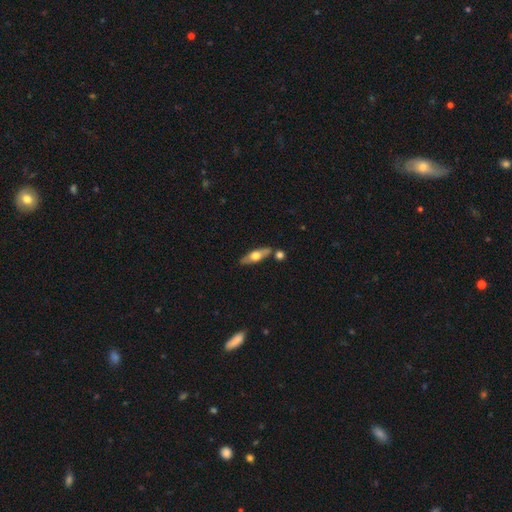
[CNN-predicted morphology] A featured or disk galaxy (53%) viewed edge-on (82%). Merging: none (76%).